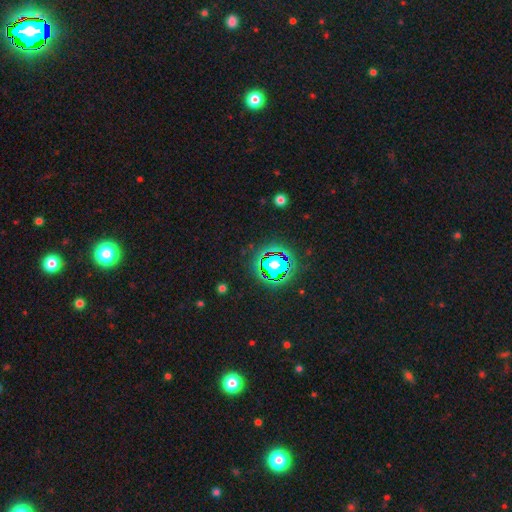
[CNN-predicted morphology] type=star or artifact (82%).